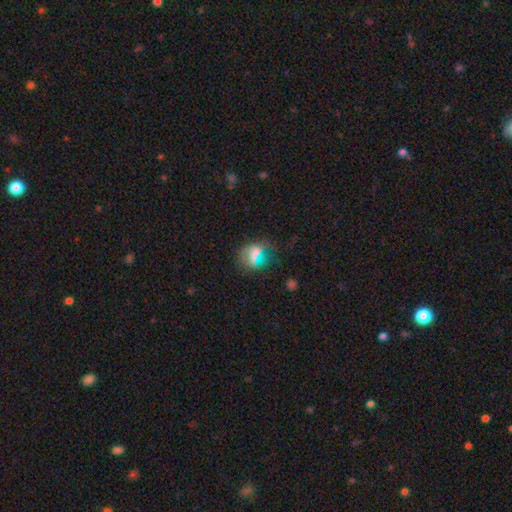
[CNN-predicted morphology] The model was most divided on "how rounded": round: 60%, in between: 35%, cigar-shaped: 6%. More confident: merging — none (71%); smooth or featured — smooth (52%).